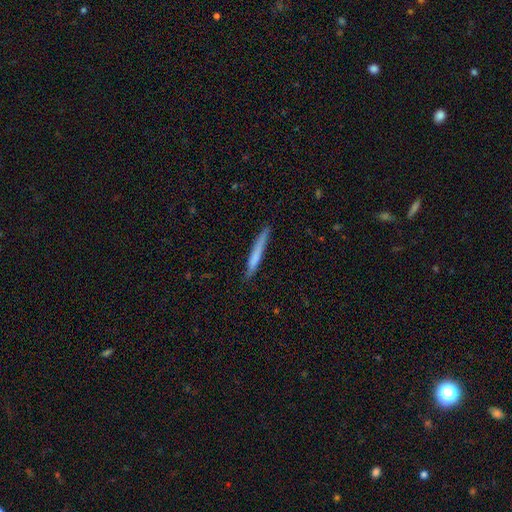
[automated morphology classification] type=smooth (67%); roundness=cigar-shaped (96%); merging=none (85%).